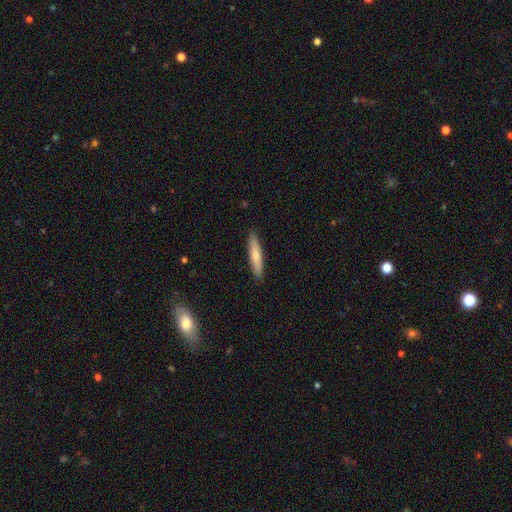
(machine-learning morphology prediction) smooth-or-featured: smooth: 72% | featured or disk: 23% | star or artifact: 5%
  how-rounded: cigar-shaped: 87% | in between: 12% | round: 1%
  merging: none: 91% | minor disturbance: 7% | major disturbance: 1% | merger: 1%